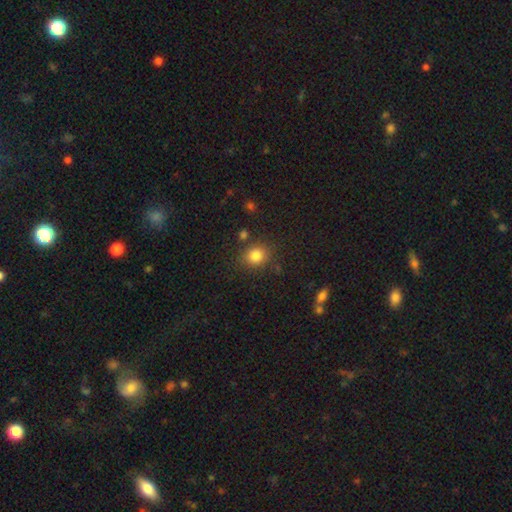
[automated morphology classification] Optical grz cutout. It shows a smooth galaxy with no disk features (83%) that is round (70%). Merging: none (81%).